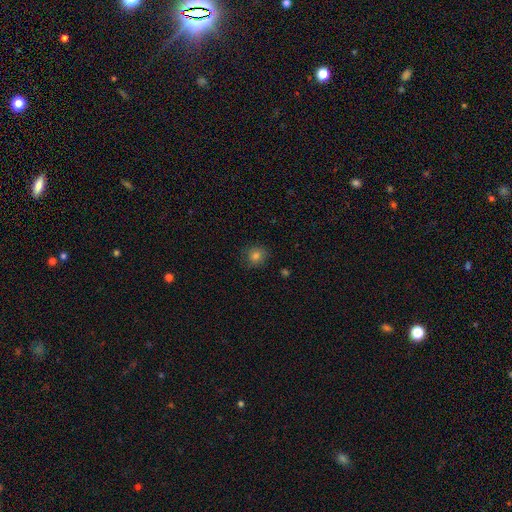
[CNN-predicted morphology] Smooth or featured: smooth — 82% (star or artifact — 12%)
How rounded: round — 83% (in between — 16%)
Merging: none — 83% (minor disturbance — 12%)